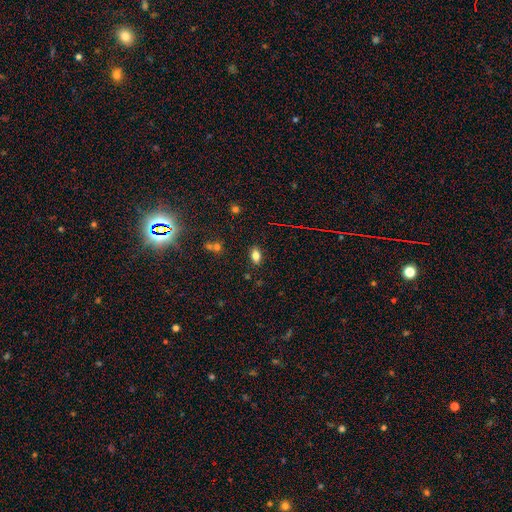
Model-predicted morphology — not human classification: smooth 77%, star or artifact 13%, featured or disk 10%. Down the decision tree: how rounded — in between (84%); merging — none (85%).